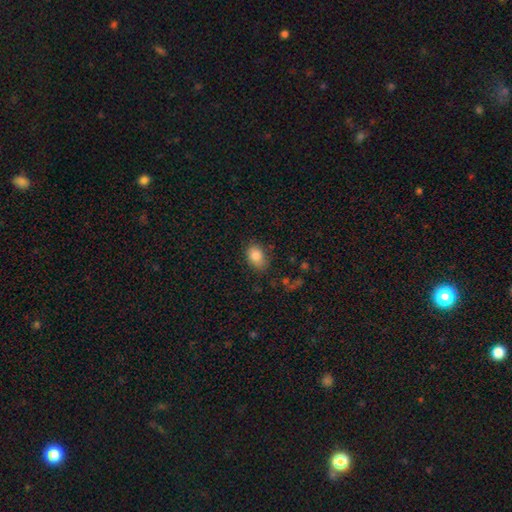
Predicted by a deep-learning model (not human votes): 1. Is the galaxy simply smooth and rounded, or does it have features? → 84% smooth, 9% star or artifact, 7% featured or disk.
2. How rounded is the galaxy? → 78% in between, 21% round, 1% cigar-shaped.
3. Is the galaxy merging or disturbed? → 77% none, 17% minor disturbance, 4% major disturbance, 2% merger.